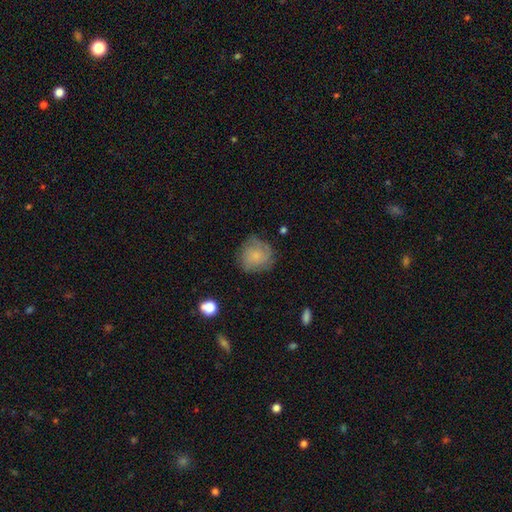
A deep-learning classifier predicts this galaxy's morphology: The model was most divided on "smooth or featured": smooth: 55%, featured or disk: 36%, star or artifact: 9%. More confident: how rounded — round (86%); merging — none (68%).